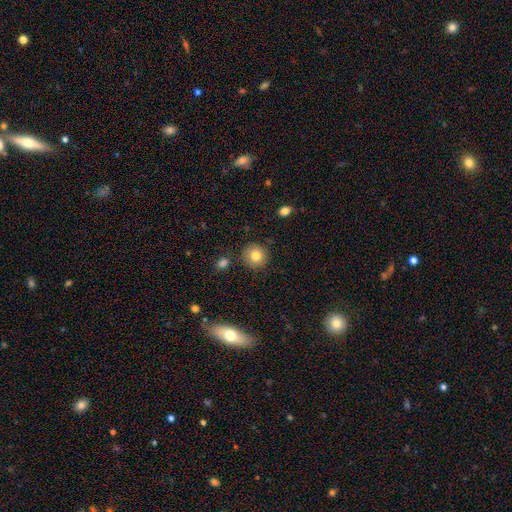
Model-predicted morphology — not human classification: Smooth or featured?
  - smooth: 80% *
  - star or artifact: 10%
  - featured or disk: 9%
How rounded?
  - round: 92% *
  - in between: 7%
  - cigar-shaped: 1%
Merging?
  - none: 87% *
  - minor disturbance: 8%
  - merger: 2%
  - major disturbance: 2%